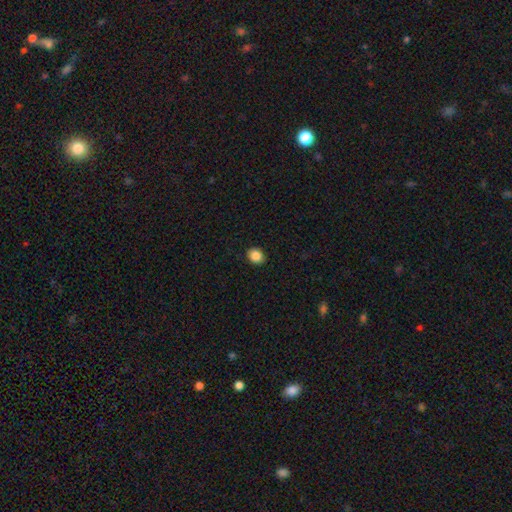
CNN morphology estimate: A smooth galaxy with no disk features (87%) that is round (58%).

Vote fractions:
- Smooth or featured? smooth: 87% / star or artifact: 9% / featured or disk: 4%
- How rounded? round: 58% / in between: 41% / cigar-shaped: 1%
- Merging? none: 91% / minor disturbance: 6% / major disturbance: 2% / merger: 1%